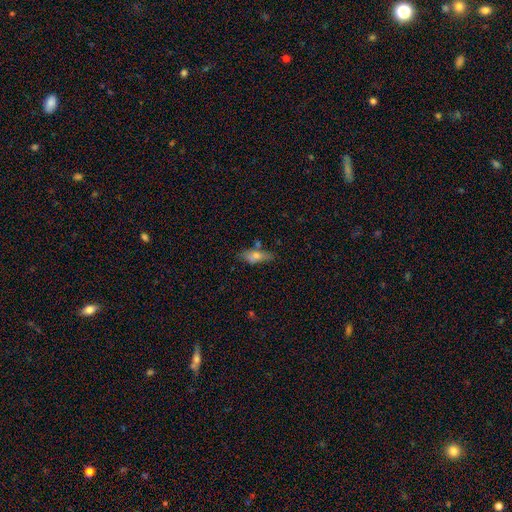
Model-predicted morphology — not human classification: Smooth or featured? smooth (63%)
How rounded? in between (63%)
Merging? none (62%)